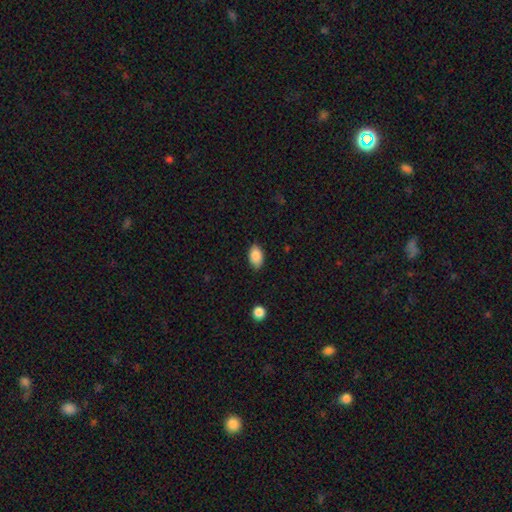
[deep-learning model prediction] Smooth or featured? smooth (88%)
How rounded? in between (91%)
Merging? none (86%)